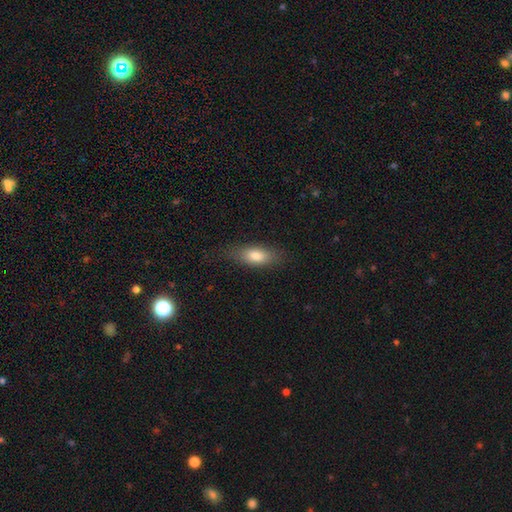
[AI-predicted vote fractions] smooth-or-featured: smooth: 76% | featured or disk: 16% | star or artifact: 8%
  how-rounded: in between: 69% | cigar-shaped: 27% | round: 4%
  merging: none: 78% | minor disturbance: 16% | major disturbance: 5% | merger: 1%